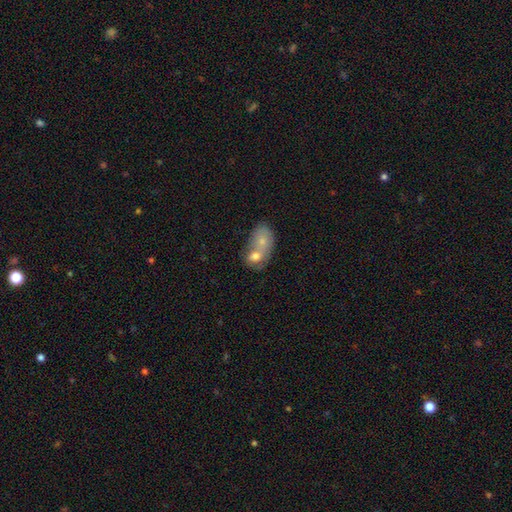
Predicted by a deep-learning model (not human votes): smooth 53%, featured or disk 32%, star or artifact 15%. Down the decision tree: how rounded — in between (63%); merging — merger (54%).